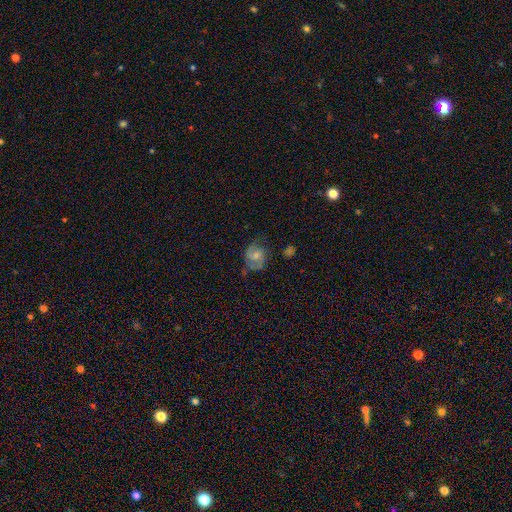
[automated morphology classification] Overall: featured or disk (56%; smooth 35%). Edge-on disk: no (97%). Bar: no (56%; weak 37%). Spiral arms: yes (87%). Bulge size: moderate (42%; small 38%). Merging: none (56%; minor disturbance 26%).